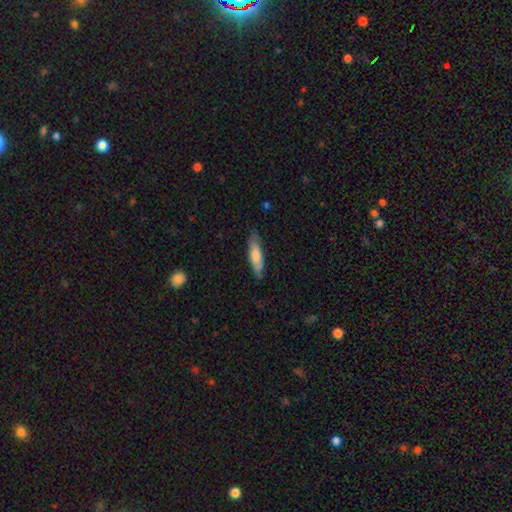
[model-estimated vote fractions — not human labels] Overall: smooth (69%). How rounded: cigar-shaped (70%). Merging: none (80%).